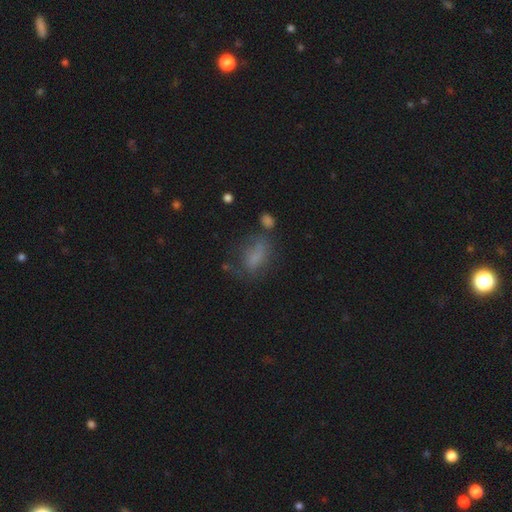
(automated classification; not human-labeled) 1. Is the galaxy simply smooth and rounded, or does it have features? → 65% smooth, 18% featured or disk, 16% star or artifact.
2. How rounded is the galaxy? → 79% in between, 11% round, 10% cigar-shaped.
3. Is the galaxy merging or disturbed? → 43% none, 24% minor disturbance, 20% major disturbance, 13% merger.